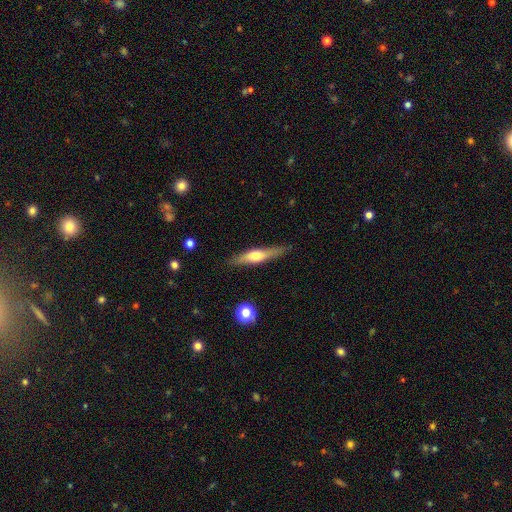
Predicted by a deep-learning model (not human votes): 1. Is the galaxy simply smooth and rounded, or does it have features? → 53% featured or disk, 40% smooth, 6% star or artifact.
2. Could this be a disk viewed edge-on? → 91% yes, 9% no.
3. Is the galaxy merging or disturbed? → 85% none, 11% minor disturbance, 2% major disturbance, 1% merger.